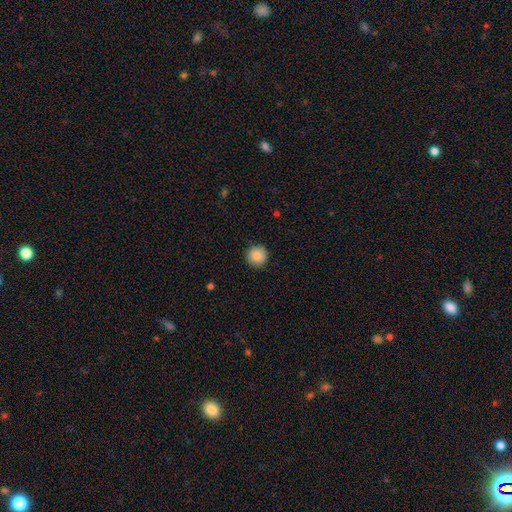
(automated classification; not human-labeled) A smooth galaxy with no disk features (87%) that is round (95%). Merging: none (91%).